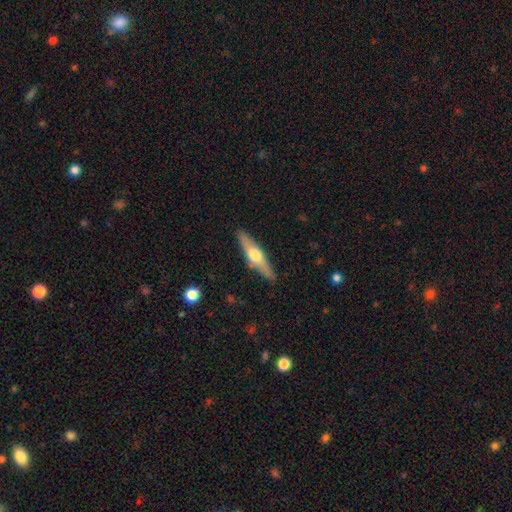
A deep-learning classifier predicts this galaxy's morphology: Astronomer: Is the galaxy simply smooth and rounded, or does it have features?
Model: featured or disk — 58% (runner-up: smooth, 37%).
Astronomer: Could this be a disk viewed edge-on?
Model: yes — 93%.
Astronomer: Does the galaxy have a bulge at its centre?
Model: rounded — 92%.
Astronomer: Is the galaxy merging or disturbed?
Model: none — 86%.